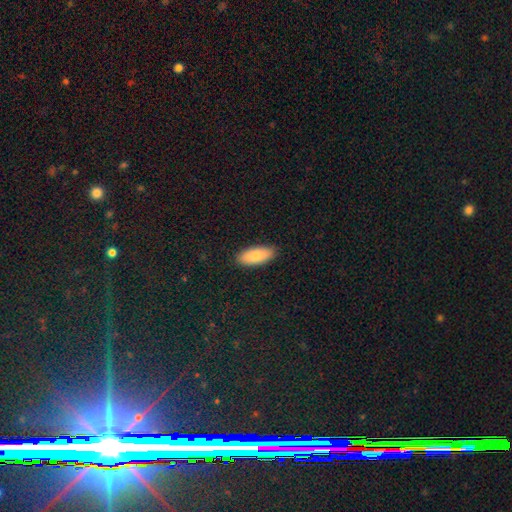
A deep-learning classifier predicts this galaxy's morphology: Smooth or featured? Predicted: smooth (p=0.85). How rounded? Predicted: in between (p=0.86). Merging? Predicted: none (p=0.89).